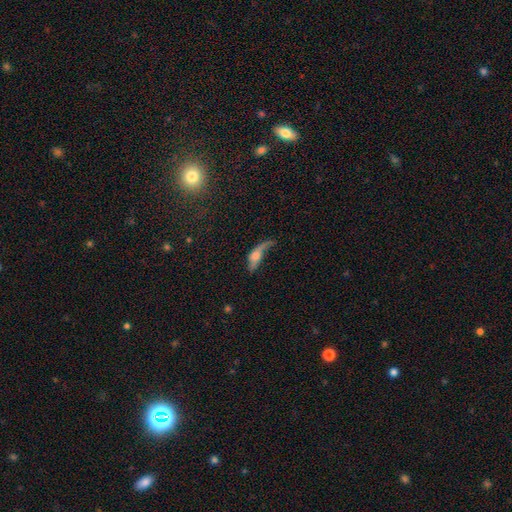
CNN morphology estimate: Smooth or featured?
  - featured or disk: 50% *
  - smooth: 41%
  - star or artifact: 9%
Merging?
  - major disturbance: 41% *
  - none: 29%
  - minor disturbance: 24%
  - merger: 6%